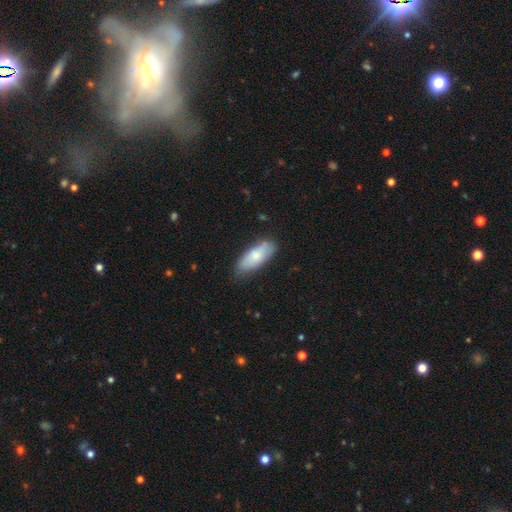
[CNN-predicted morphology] The model was most divided on "smooth or featured": smooth: 73%, featured or disk: 21%, star or artifact: 6%. More confident: how rounded — in between (78%); merging — none (76%).